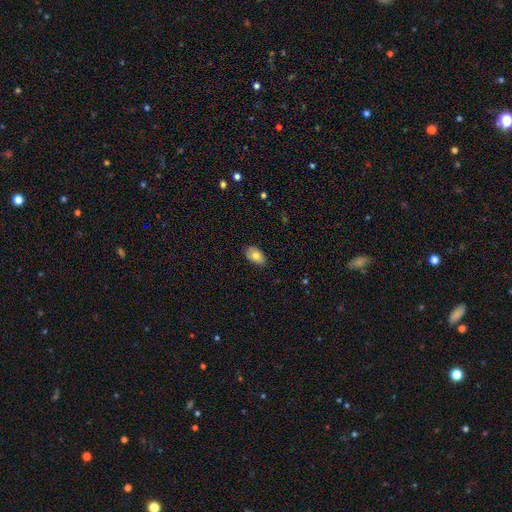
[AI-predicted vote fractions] Q: Smooth or featured?
A: smooth (80%); runner-up: featured or disk (13%)
Q: How rounded?
A: in between (91%); runner-up: round (8%)
Q: Merging?
A: none (82%); runner-up: minor disturbance (15%)